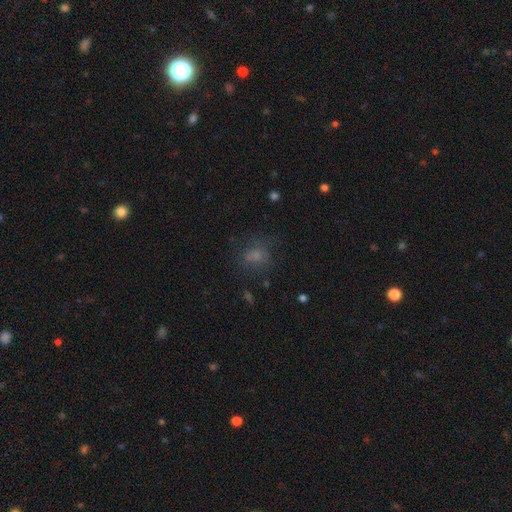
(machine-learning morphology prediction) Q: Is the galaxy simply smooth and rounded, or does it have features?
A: smooth — 64%.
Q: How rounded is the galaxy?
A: round — 70%.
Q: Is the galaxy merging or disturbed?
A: none — 63%.